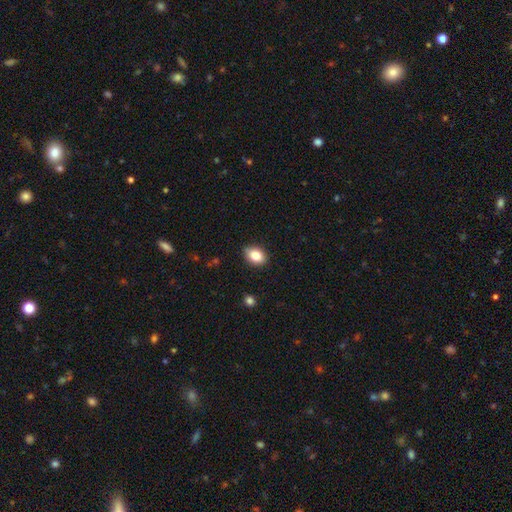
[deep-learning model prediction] The model was most divided on "how rounded": in between: 75%, round: 23%, cigar-shaped: 1%. More confident: merging — none (84%); smooth or featured — smooth (82%).